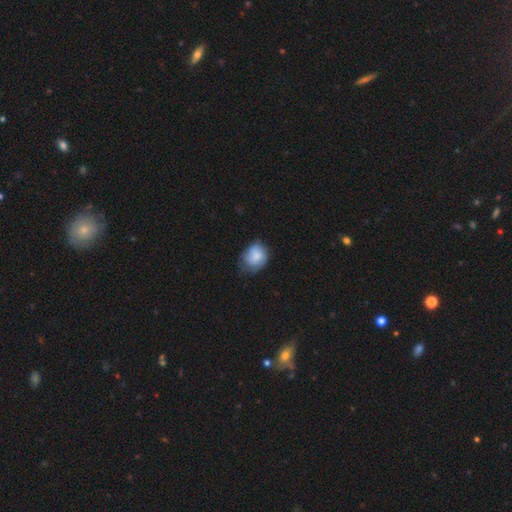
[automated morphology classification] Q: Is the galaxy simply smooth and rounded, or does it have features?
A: smooth — 79%.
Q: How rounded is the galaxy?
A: in between — 50%.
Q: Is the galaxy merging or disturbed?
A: none — 49%.